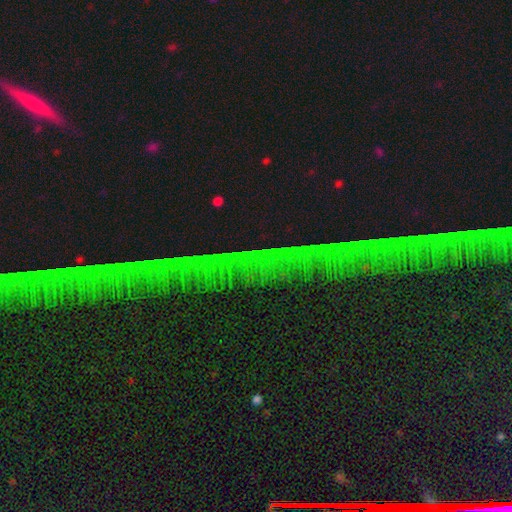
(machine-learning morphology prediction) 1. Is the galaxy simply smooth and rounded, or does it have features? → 79% star or artifact, 11% featured or disk, 10% smooth.